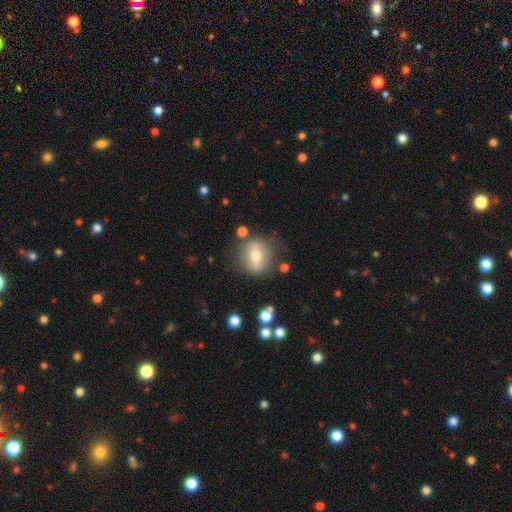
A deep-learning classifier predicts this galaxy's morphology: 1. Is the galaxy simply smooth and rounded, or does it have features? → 51% smooth, 40% featured or disk, 9% star or artifact.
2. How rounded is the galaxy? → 72% round, 26% in between, 3% cigar-shaped.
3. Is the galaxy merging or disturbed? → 80% none, 12% minor disturbance, 4% major disturbance, 3% merger.